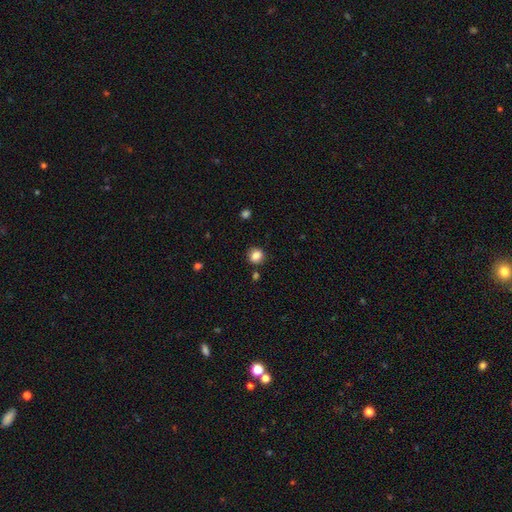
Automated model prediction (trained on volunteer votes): A smooth galaxy with no disk features (84%) that is round (79%). Merging: none (82%).